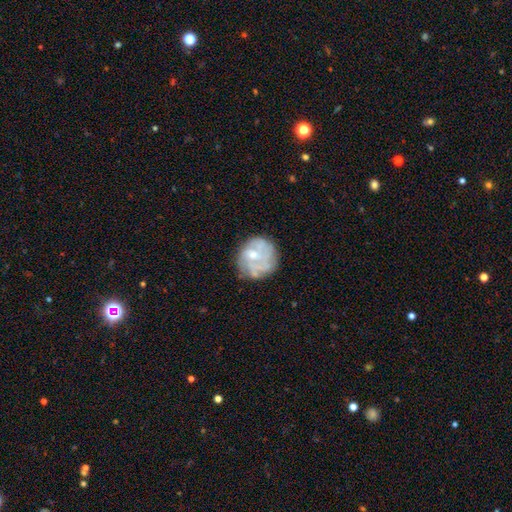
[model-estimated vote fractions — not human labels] featured or disk 59%, smooth 33%, star or artifact 8%. Down the decision tree: edge-on disk — no (98%); bar — no (76%); spiral arms — no (55%); bulge size — moderate (46%); merging — none (62%).